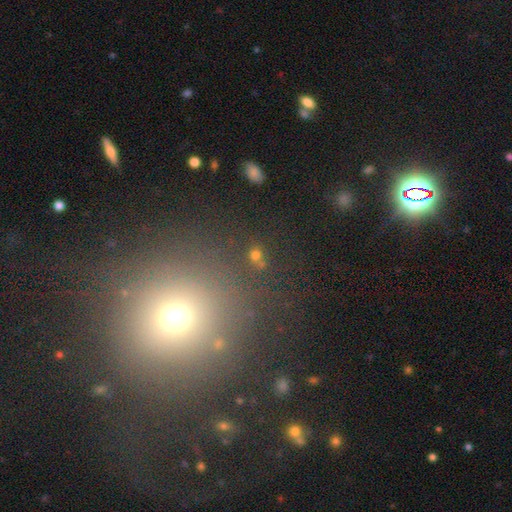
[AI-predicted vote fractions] Smooth or featured?
  - smooth: 62% *
  - star or artifact: 28%
  - featured or disk: 9%
How rounded?
  - round: 76% *
  - in between: 22%
  - cigar-shaped: 2%
Merging?
  - none: 73% *
  - merger: 11%
  - minor disturbance: 10%
  - major disturbance: 6%